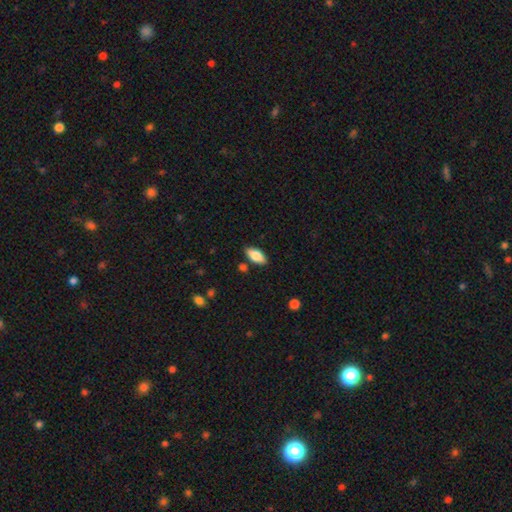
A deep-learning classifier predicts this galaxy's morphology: smooth-or-featured: smooth: 78% | featured or disk: 15% | star or artifact: 7%
  how-rounded: in between: 88% | cigar-shaped: 10% | round: 3%
  merging: none: 84% | minor disturbance: 11% | merger: 3% | major disturbance: 2%